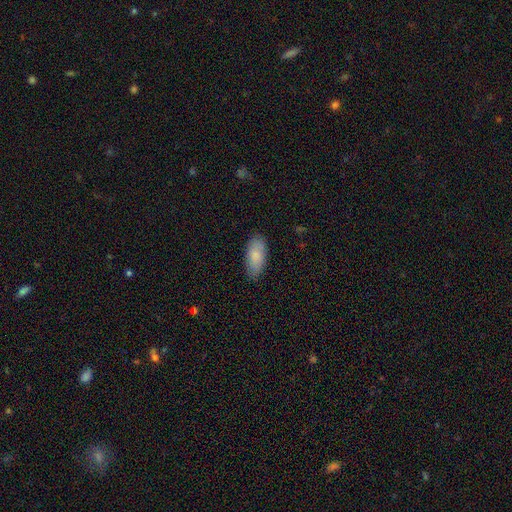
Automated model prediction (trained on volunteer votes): smooth-or-featured: smooth: 84% | featured or disk: 10% | star or artifact: 6%
  how-rounded: in between: 89% | cigar-shaped: 9% | round: 2%
  merging: none: 83% | minor disturbance: 13% | major disturbance: 3% | merger: 1%